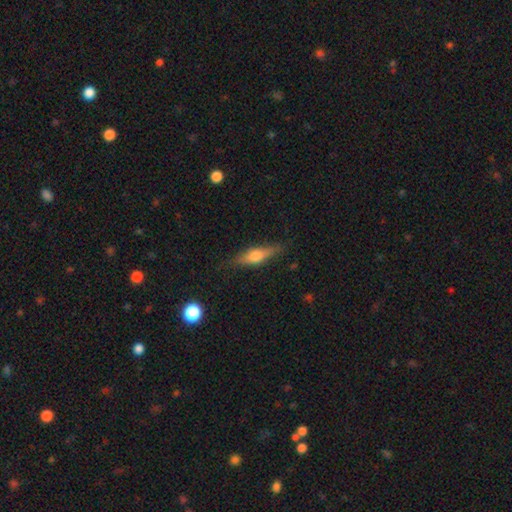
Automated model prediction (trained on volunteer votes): Smooth or featured? featured or disk (51%)
Edge-on disk? yes (93%)
Merging? none (82%)